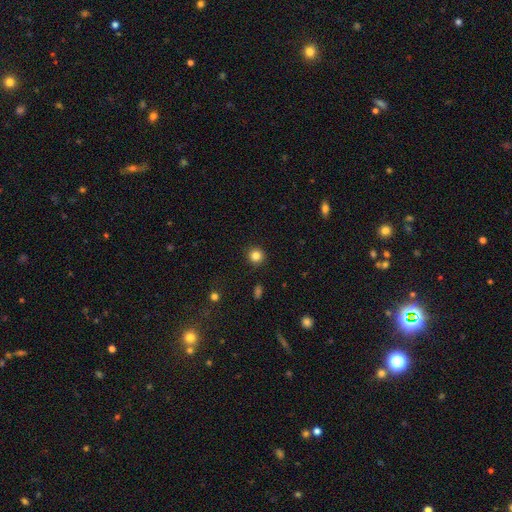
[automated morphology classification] A smooth galaxy with no disk features (84%) that is round (94%).

Vote fractions:
- Smooth or featured? smooth: 84% / star or artifact: 11% / featured or disk: 5%
- How rounded? round: 94% / in between: 5% / cigar-shaped: 1%
- Merging? none: 92% / minor disturbance: 5% / major disturbance: 2% / merger: 1%